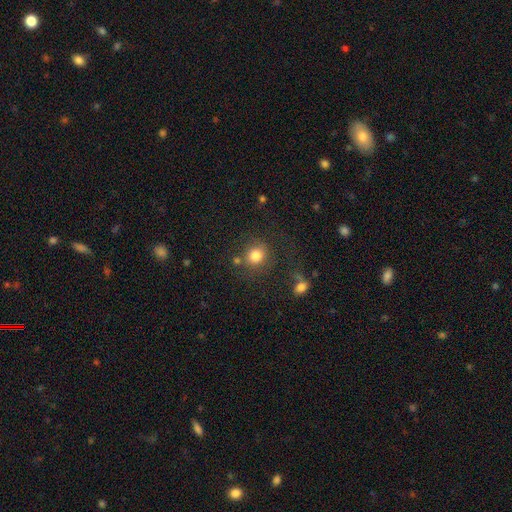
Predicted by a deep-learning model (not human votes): Smooth or featured? Predicted: smooth (p=0.81). How rounded? Predicted: round (p=0.82). Merging? Predicted: none (p=0.72).